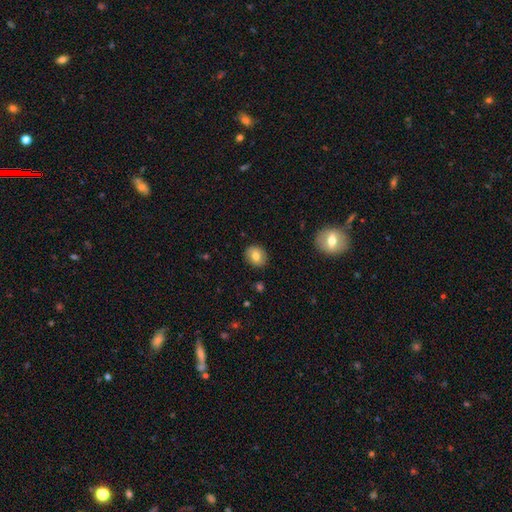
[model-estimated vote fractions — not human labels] Smooth or featured? Predicted: smooth (p=0.76). How rounded? Predicted: round (p=0.57). Merging? Predicted: none (p=0.88).